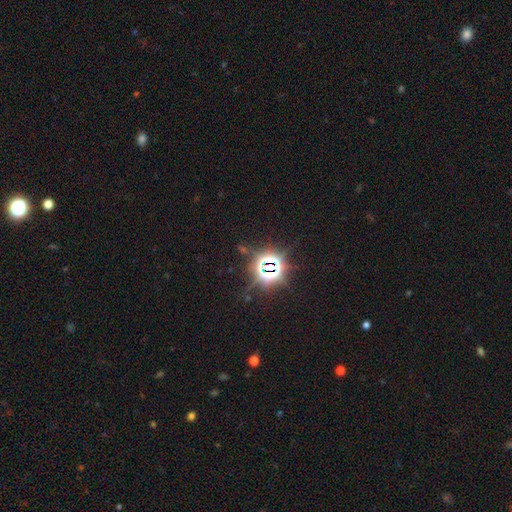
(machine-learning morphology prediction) smooth-or-featured: star or artifact: 84% | smooth: 10% | featured or disk: 6%